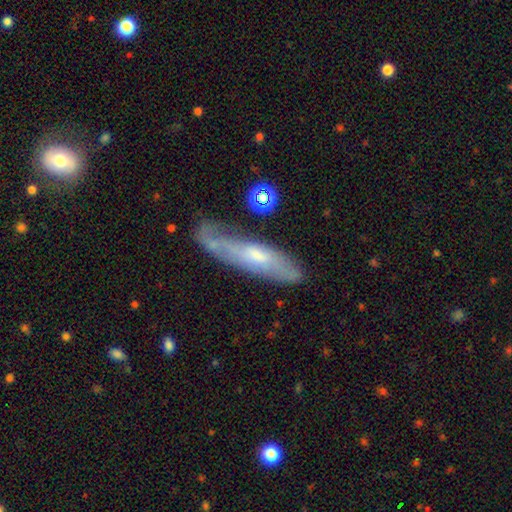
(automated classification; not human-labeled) Morphology: type=featured or disk (58%); edge-on=no (55%); merging=none (56%).